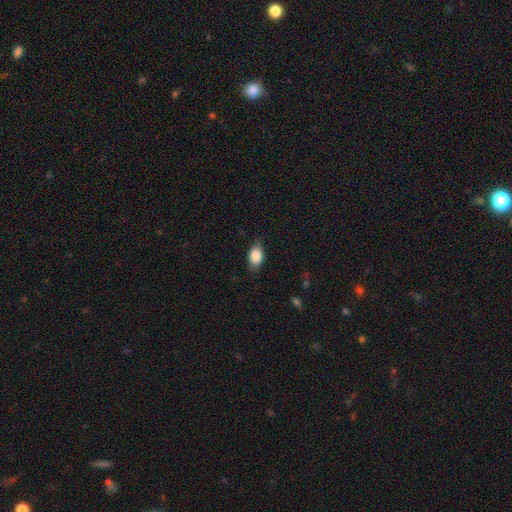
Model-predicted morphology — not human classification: smooth 86%, featured or disk 7%, star or artifact 7%. Down the decision tree: how rounded — in between (85%); merging — none (77%).